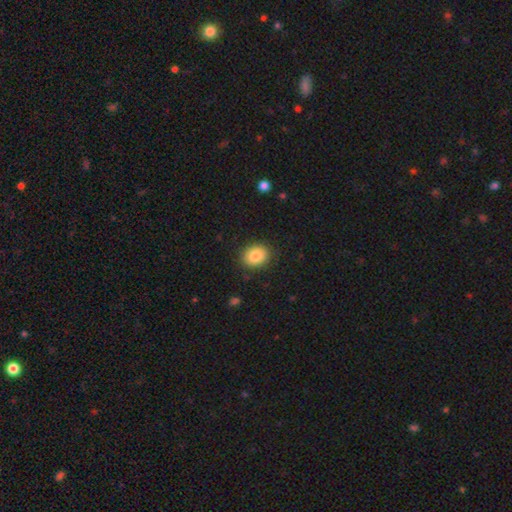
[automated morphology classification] A smooth galaxy with no disk features (86%) that is in between round and cigar-shaped (51%).

Vote fractions:
- Smooth or featured? smooth: 86% / star or artifact: 8% / featured or disk: 6%
- How rounded? in between: 51% / round: 48% / cigar-shaped: 1%
- Merging? none: 87% / minor disturbance: 9% / major disturbance: 3% / merger: 1%